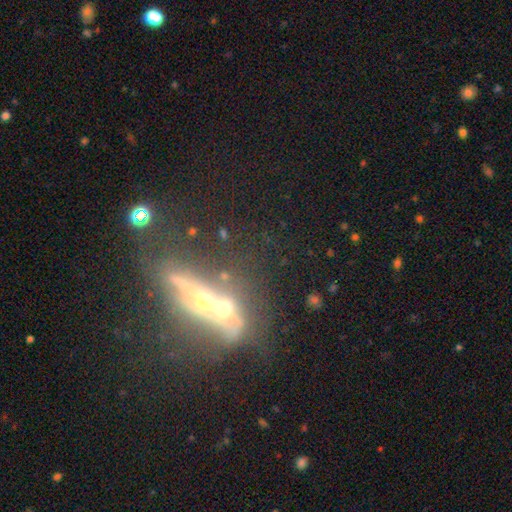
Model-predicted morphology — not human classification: This appears to be a featured or disk galaxy (62%) viewed edge-on (59%). Merging: merger (37%).